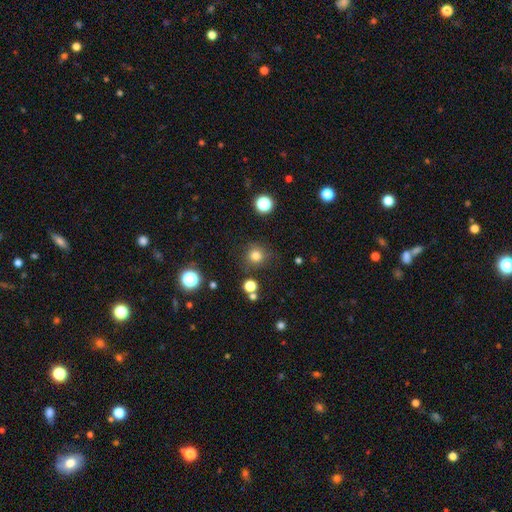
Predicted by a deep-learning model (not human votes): Smooth or featured?
  - smooth: 79% *
  - star or artifact: 15%
  - featured or disk: 6%
How rounded?
  - round: 93% *
  - in between: 6%
  - cigar-shaped: 1%
Merging?
  - none: 84% *
  - minor disturbance: 9%
  - major disturbance: 3%
  - merger: 3%